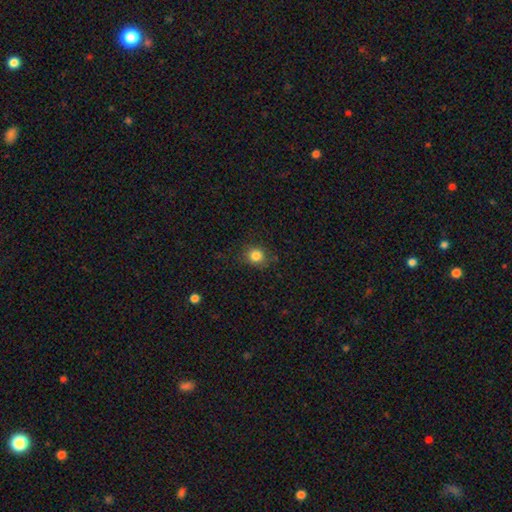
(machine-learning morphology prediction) Smooth or featured? Predicted: smooth (p=0.83). How rounded? Predicted: round (p=0.79). Merging? Predicted: none (p=0.82).